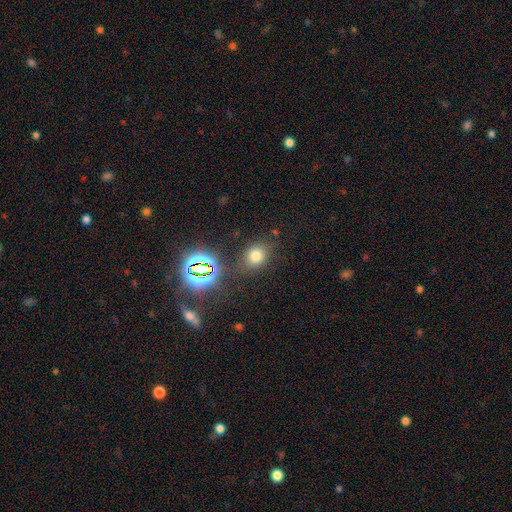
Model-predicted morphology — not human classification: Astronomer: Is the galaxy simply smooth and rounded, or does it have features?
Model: smooth — 68%.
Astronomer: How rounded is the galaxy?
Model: round — 55% (runner-up: in between, 44%).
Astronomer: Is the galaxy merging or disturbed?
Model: none — 76%.